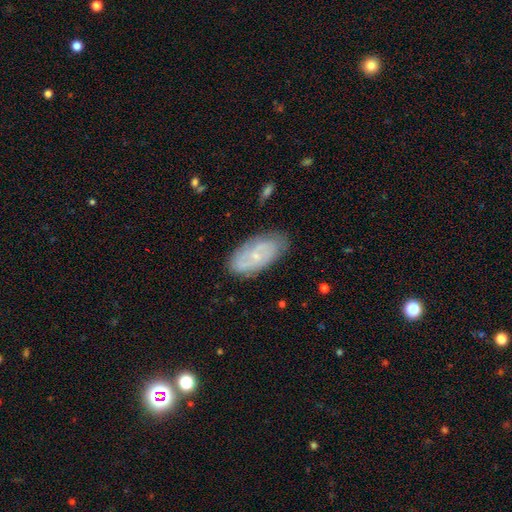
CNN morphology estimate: This is likely a featured or disk galaxy (62%). It is clearly not viewed edge-on (93%). Bar: likely no (70%). Spiral arm pattern: likely yes (80%). Central bulge: likely small (76%). Merging: likely none (77%).